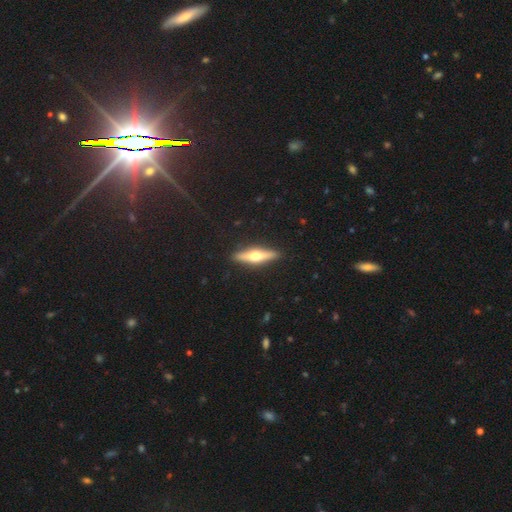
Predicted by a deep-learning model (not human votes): This is likely a featured or disk galaxy (62%). It is clearly viewed edge-on (95%). Edge-on bulge: clearly rounded (95%). Merging: clearly none (91%).